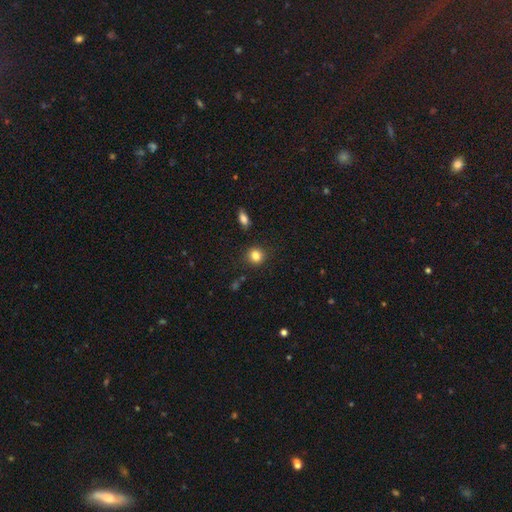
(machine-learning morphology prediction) smooth-or-featured: smooth: 83% | star or artifact: 11% | featured or disk: 6%
  how-rounded: round: 83% | in between: 16% | cigar-shaped: 1%
  merging: none: 87% | minor disturbance: 8% | major disturbance: 2% | merger: 2%